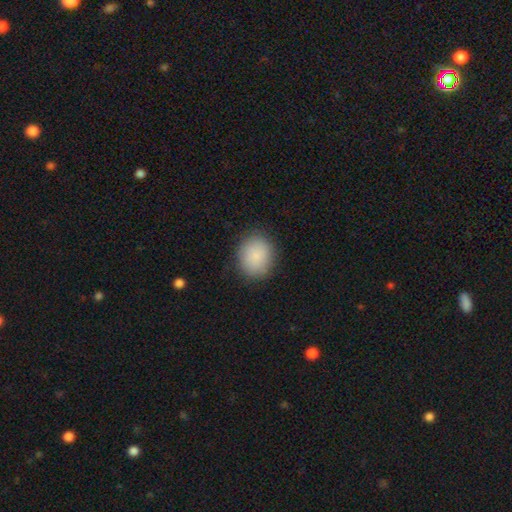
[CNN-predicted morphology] Smooth or featured? smooth (87%)
How rounded? round (74%)
Merging? none (87%)